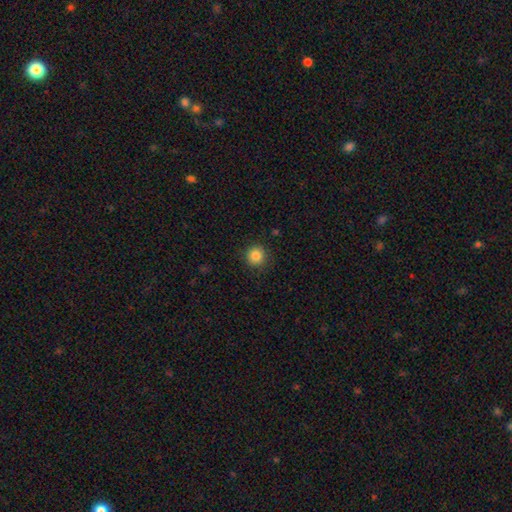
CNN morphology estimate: smooth 85%, star or artifact 10%, featured or disk 4%. Down the decision tree: how rounded — round (95%); merging — none (90%).